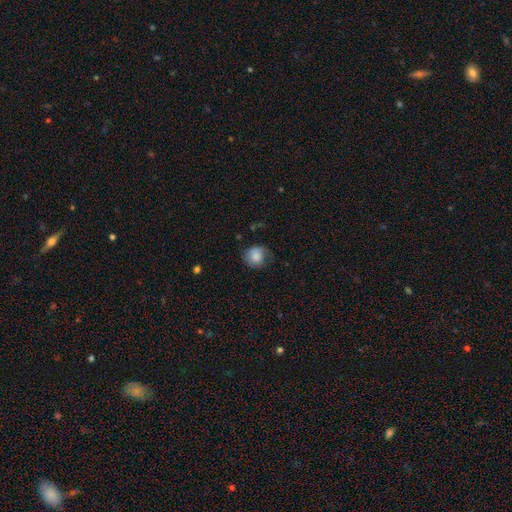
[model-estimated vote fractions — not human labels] Smooth or featured: smooth — 80% (featured or disk — 12%)
How rounded: round — 84% (in between — 15%)
Merging: none — 61% (minor disturbance — 27%)